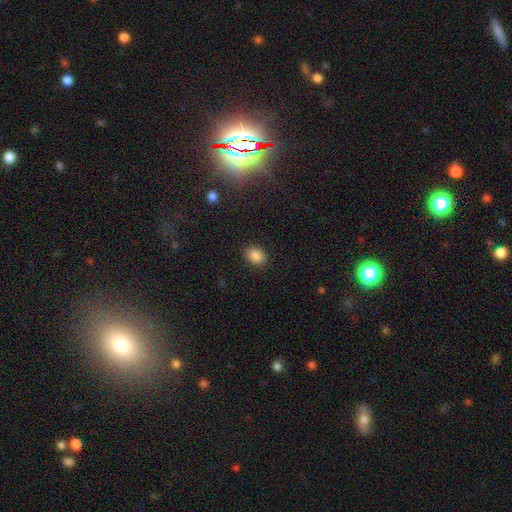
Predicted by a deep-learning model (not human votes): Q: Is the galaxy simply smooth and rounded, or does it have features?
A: smooth — 86%.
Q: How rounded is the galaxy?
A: in between — 64%.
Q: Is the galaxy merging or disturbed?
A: none — 88%.